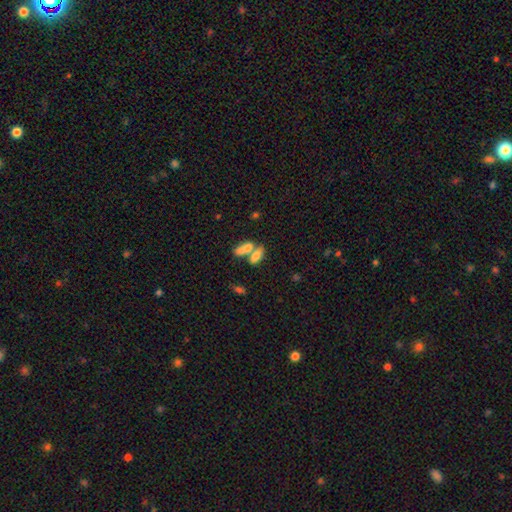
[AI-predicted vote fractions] This is likely a smooth galaxy (74%). How rounded: likely in between (78%). Merging: possibly merger (56%).